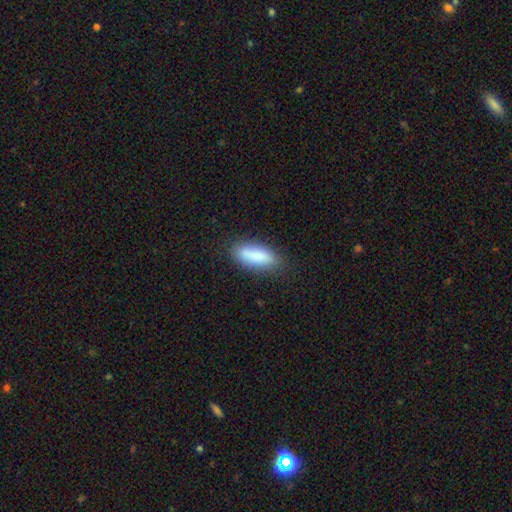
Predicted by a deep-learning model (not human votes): smooth_or_featured: smooth (p=0.84) [alt: featured or disk p=0.09]
how_rounded: in between (p=0.68) [alt: cigar-shaped p=0.30]
merging: none (p=0.78) [alt: minor disturbance p=0.15]